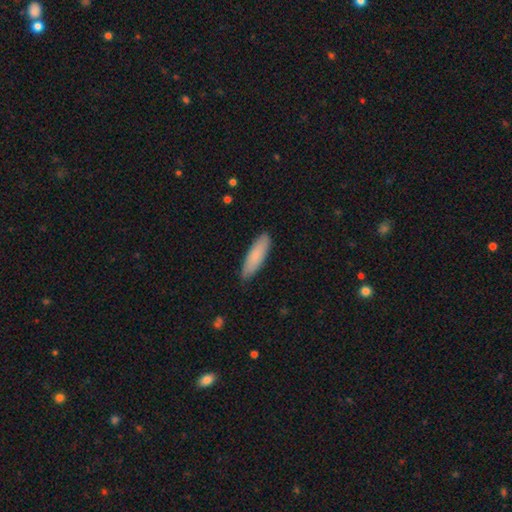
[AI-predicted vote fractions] The model was most divided on "how rounded": cigar-shaped: 61%, in between: 38%, round: 1%. More confident: merging — none (87%); smooth or featured — smooth (84%).